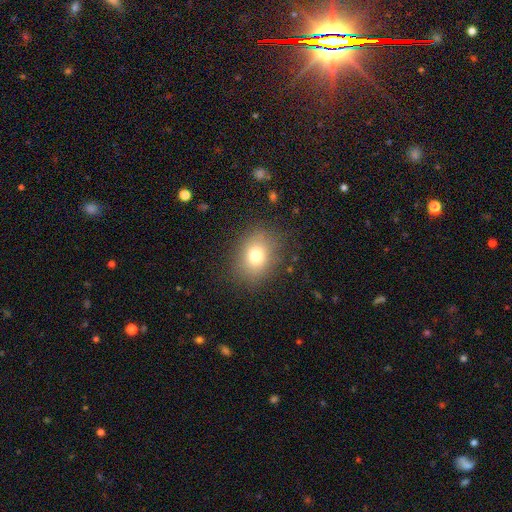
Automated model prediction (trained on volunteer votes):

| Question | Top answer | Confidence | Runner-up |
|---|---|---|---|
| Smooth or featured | smooth | 75% | star or artifact (14%) |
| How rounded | round | 54% | in between (45%) |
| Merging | none | 82% | minor disturbance (11%) |